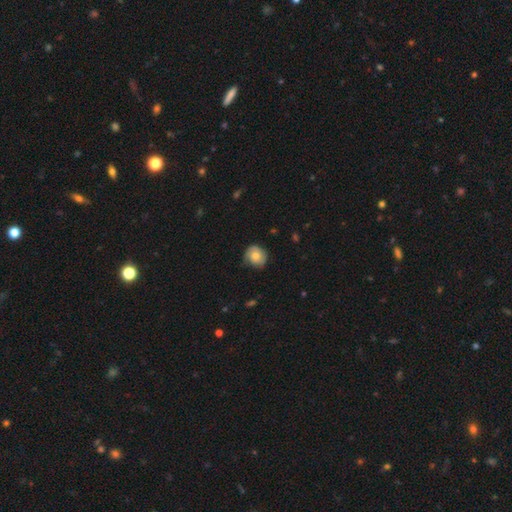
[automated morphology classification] smooth-or-featured: smooth: 53% | featured or disk: 39% | star or artifact: 8%
  how-rounded: round: 79% | in between: 20% | cigar-shaped: 1%
  merging: none: 70% | minor disturbance: 23% | major disturbance: 6% | merger: 1%